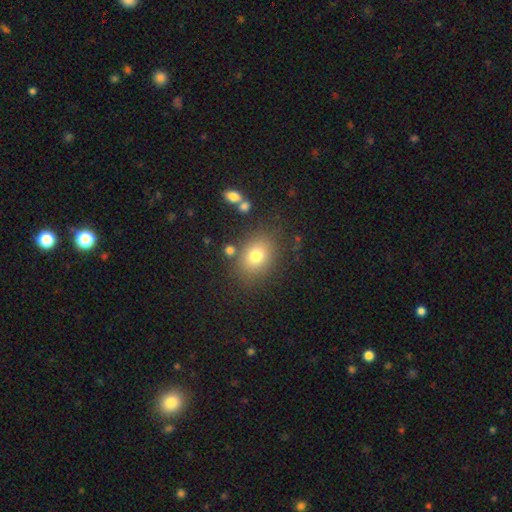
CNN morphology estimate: Smooth or featured?
  - smooth: 75% *
  - star or artifact: 13%
  - featured or disk: 12%
How rounded?
  - in between: 55% *
  - round: 44%
  - cigar-shaped: 1%
Merging?
  - none: 78% *
  - minor disturbance: 12%
  - major disturbance: 5%
  - merger: 5%